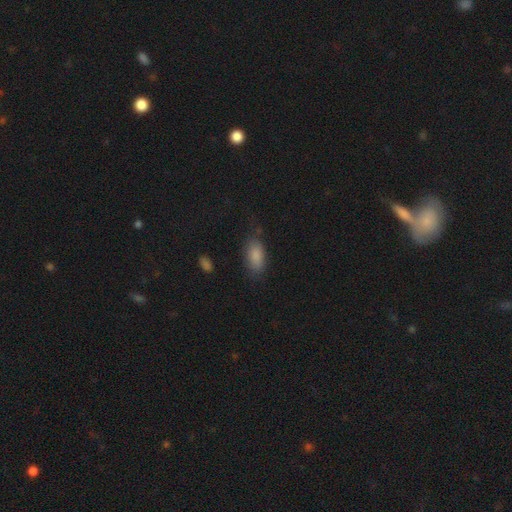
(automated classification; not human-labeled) A smooth galaxy with no disk features (87%) that is in between round and cigar-shaped (91%).

Vote fractions:
- Smooth or featured? smooth: 87% / star or artifact: 8% / featured or disk: 6%
- How rounded? in between: 91% / cigar-shaped: 5% / round: 4%
- Merging? none: 73% / minor disturbance: 19% / major disturbance: 6% / merger: 2%